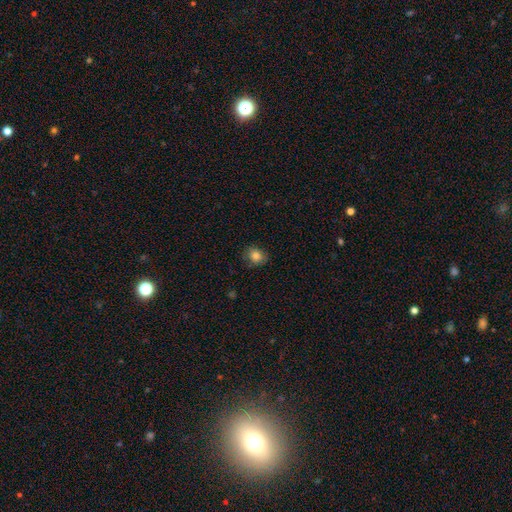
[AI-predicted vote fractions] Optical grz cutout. It shows a smooth galaxy with no disk features (83%) that is round (68%). Merging: none (80%).